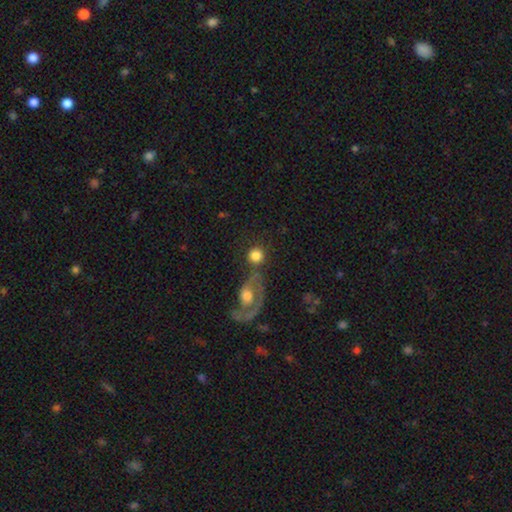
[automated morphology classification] A smooth galaxy with no disk features (77%) that is round (90%). Merging: none (56%).